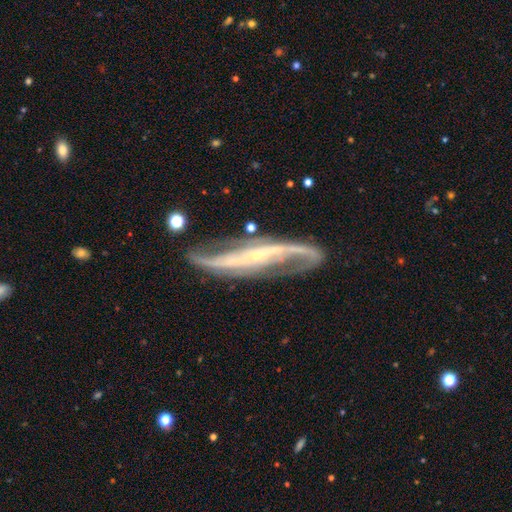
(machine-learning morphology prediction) Q: Smooth or featured?
A: featured or disk (90%); runner-up: star or artifact (5%)
Q: Edge-on disk?
A: no (81%); runner-up: yes (19%)
Q: Bar?
A: strong (53%); runner-up: no (24%)
Q: Spiral arms?
A: yes (97%); runner-up: no (3%)
Q: Spiral winding?
A: loose (59%); runner-up: medium (29%)
Q: Spiral arm count?
A: 2 (92%); runner-up: can't tell (3%)
Q: Bulge size?
A: small (82%); runner-up: moderate (11%)
Q: Merging?
A: none (71%); runner-up: minor disturbance (17%)